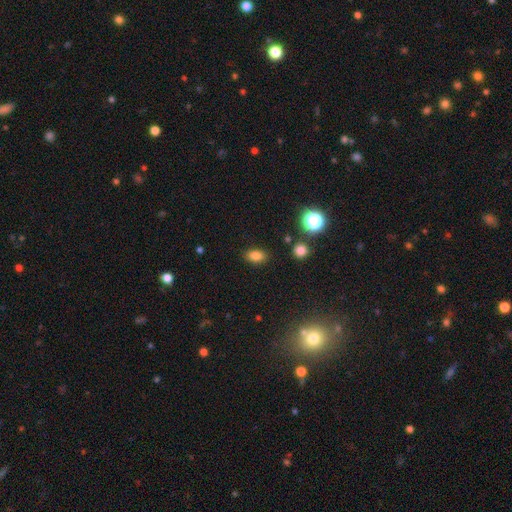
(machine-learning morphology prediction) Overall: smooth (81%). How rounded: in between (85%). Merging: none (86%).